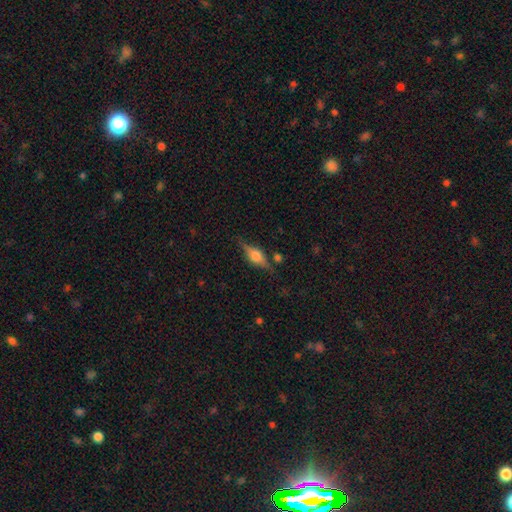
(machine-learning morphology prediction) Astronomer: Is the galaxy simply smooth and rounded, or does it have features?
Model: featured or disk — 67%.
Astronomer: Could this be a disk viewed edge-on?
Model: yes — 95%.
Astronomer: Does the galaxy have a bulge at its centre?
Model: rounded — 88%.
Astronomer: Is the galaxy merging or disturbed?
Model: none — 80%.